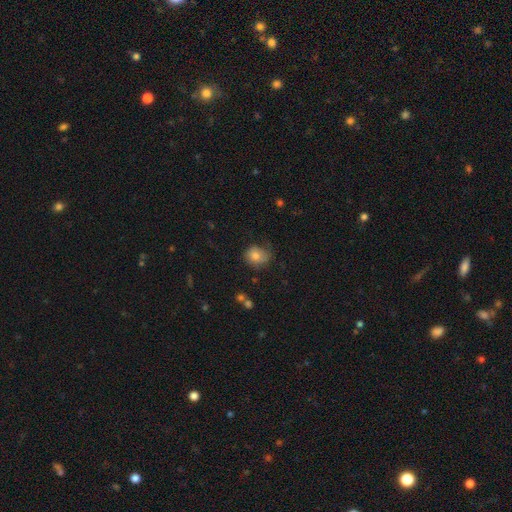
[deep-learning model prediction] The model was most divided on "merging": none: 55%, minor disturbance: 31%, major disturbance: 12%, merger: 2%. More confident: smooth or featured — smooth (76%); how rounded — round (62%).